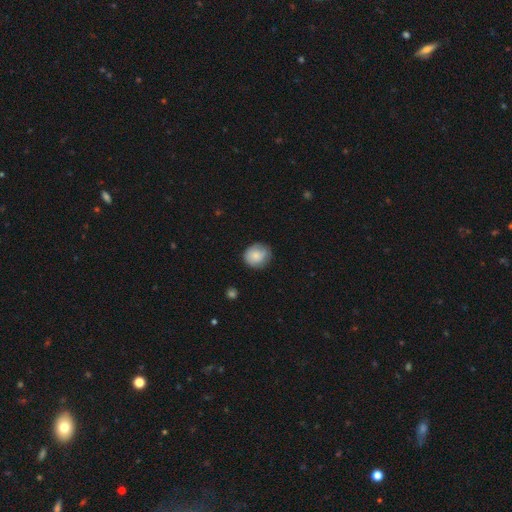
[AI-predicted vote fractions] smooth_or_featured: smooth (p=0.81) [alt: featured or disk p=0.12]
how_rounded: round (p=0.80) [alt: in between p=0.19]
merging: none (p=0.77) [alt: minor disturbance p=0.18]